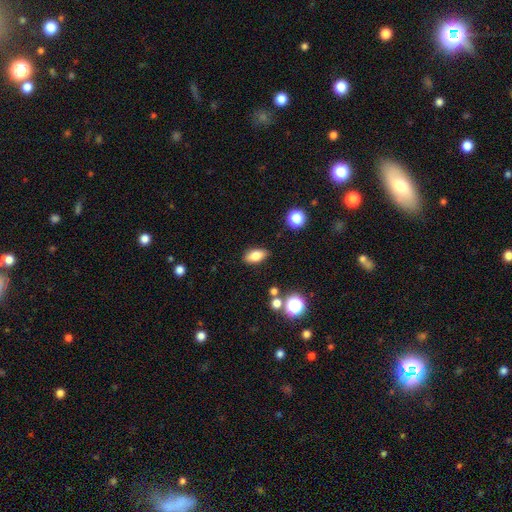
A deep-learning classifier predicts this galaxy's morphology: Smooth or featured?
  - smooth: 80% *
  - featured or disk: 10%
  - star or artifact: 10%
How rounded?
  - in between: 87% *
  - cigar-shaped: 7%
  - round: 6%
Merging?
  - none: 86% *
  - minor disturbance: 9%
  - major disturbance: 2%
  - merger: 2%